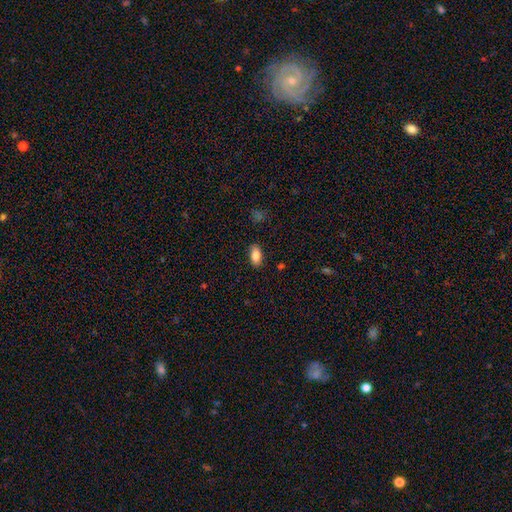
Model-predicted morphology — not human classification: Smooth or featured? Predicted: smooth (p=0.85). How rounded? Predicted: in between (p=0.91). Merging? Predicted: none (p=0.87).